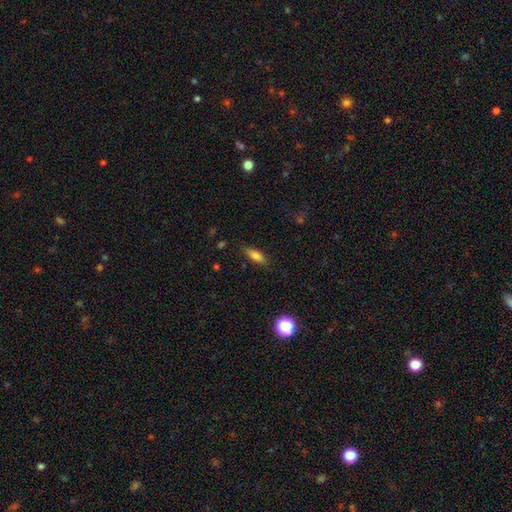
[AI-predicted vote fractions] A smooth galaxy with no disk features (77%) that is in between round and cigar-shaped (67%).

Vote fractions:
- Smooth or featured? smooth: 77% / featured or disk: 14% / star or artifact: 9%
- How rounded? in between: 67% / cigar-shaped: 31% / round: 3%
- Merging? none: 79% / minor disturbance: 16% / major disturbance: 4% / merger: 1%